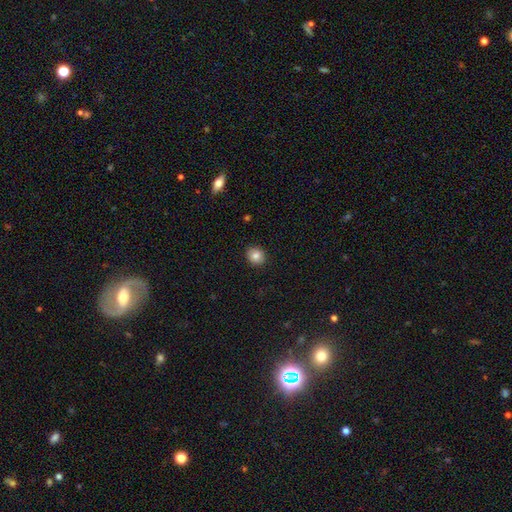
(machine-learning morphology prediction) This appears to be a smooth galaxy with no disk features (83%) that is round (82%). Merging: none (92%).